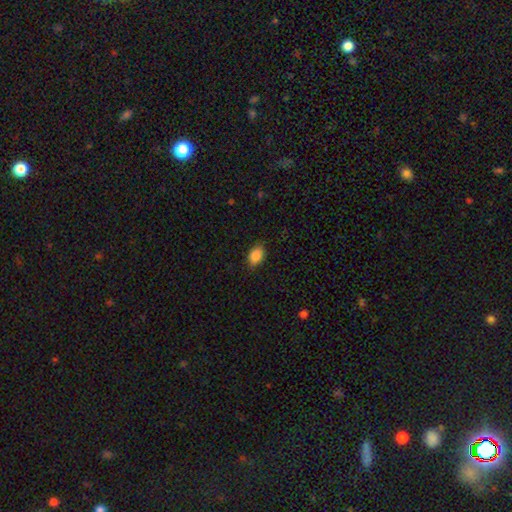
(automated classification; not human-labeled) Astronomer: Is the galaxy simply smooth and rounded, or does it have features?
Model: smooth — 88%.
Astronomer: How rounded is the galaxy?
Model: in between — 85%.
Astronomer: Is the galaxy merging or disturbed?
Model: none — 84%.